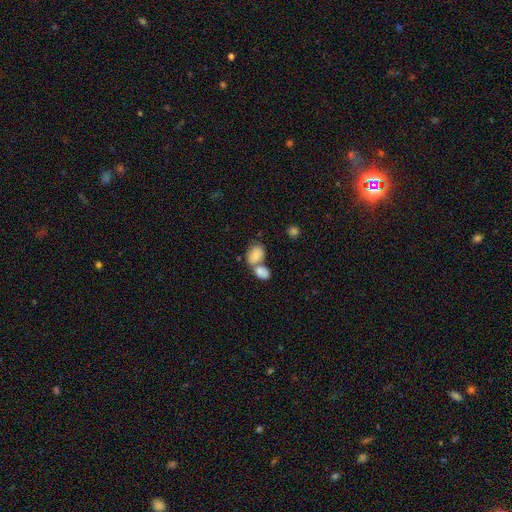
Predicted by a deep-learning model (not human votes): A smooth galaxy with no disk features (82%) that is in between round and cigar-shaped (83%). Merging: merger (60%).